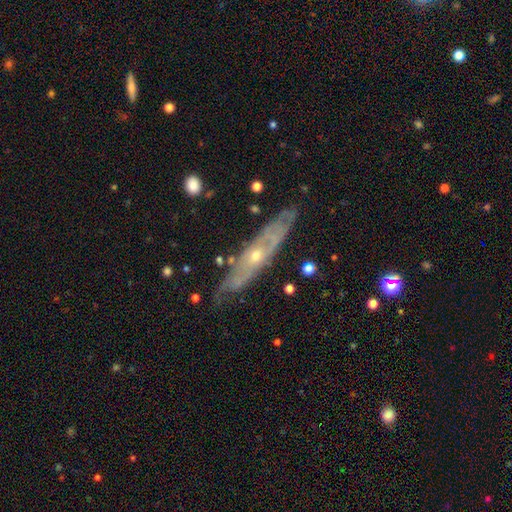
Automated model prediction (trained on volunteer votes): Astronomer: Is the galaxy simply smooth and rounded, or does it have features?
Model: featured or disk — 76%.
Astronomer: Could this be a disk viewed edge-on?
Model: no — 51% (runner-up: yes, 49%).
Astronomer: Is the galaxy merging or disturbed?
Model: none — 79%.